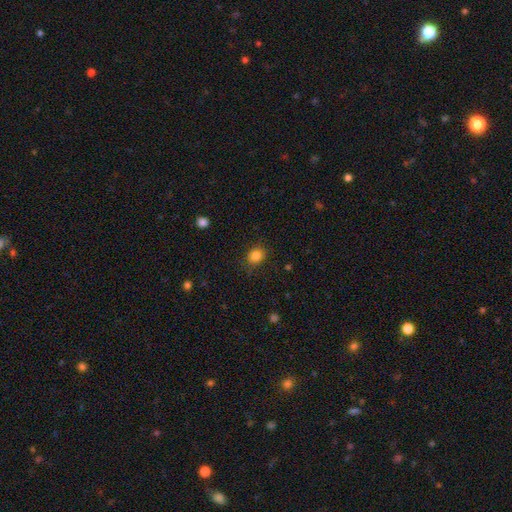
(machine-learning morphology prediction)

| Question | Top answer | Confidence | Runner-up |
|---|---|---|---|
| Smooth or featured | smooth | 83% | star or artifact (11%) |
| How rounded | round | 64% | in between (35%) |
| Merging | none | 83% | minor disturbance (12%) |